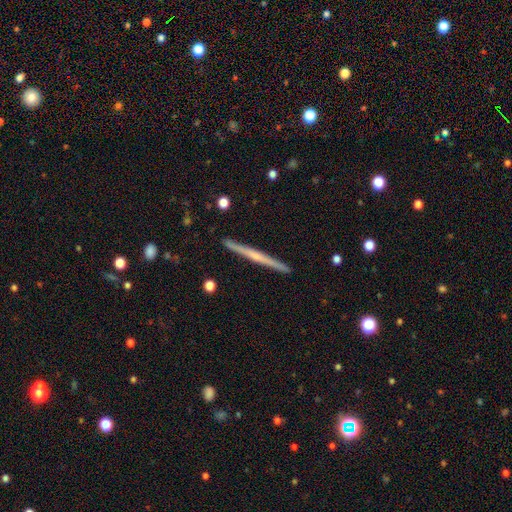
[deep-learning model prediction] featured or disk 70%, smooth 25%, star or artifact 6%. Down the decision tree: edge-on disk — yes (98%); edge-on bulge — rounded (51%); merging — none (92%).